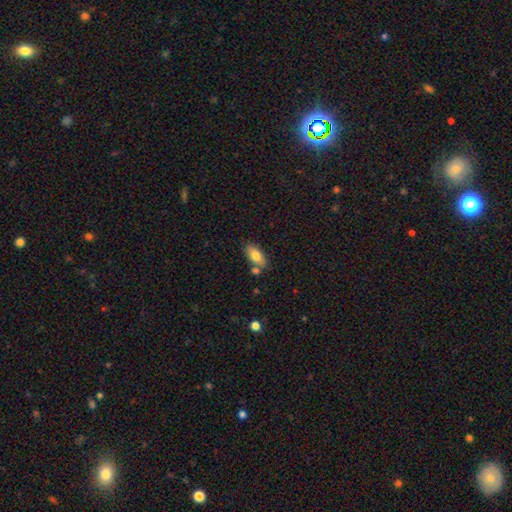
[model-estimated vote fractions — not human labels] This is likely a smooth galaxy (80%). How rounded: clearly in between (88%). Merging: likely none (71%).